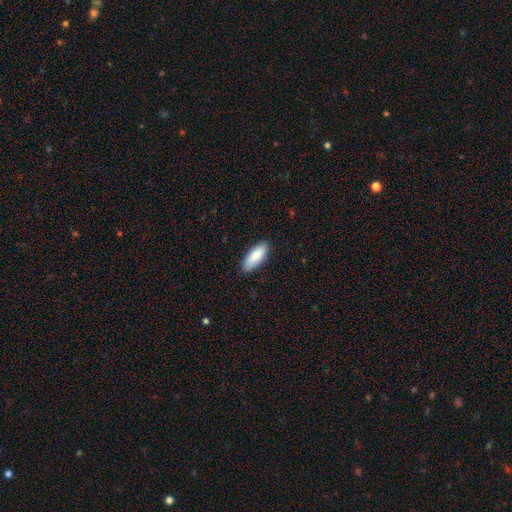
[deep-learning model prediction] Smooth or featured? Predicted: smooth (p=0.88). How rounded? Predicted: in between (p=0.78). Merging? Predicted: none (p=0.88).